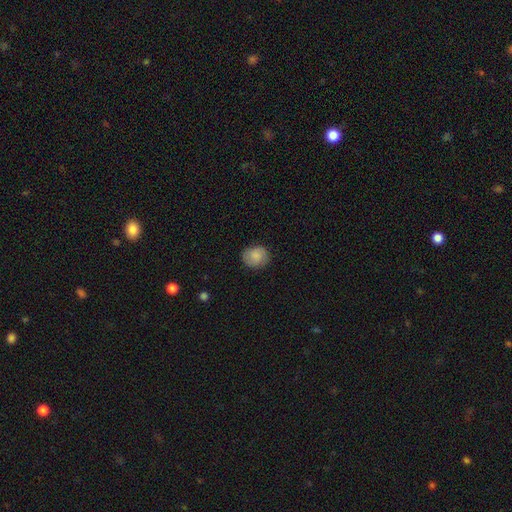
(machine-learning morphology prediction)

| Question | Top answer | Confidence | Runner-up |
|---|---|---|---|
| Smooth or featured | smooth | 79% | featured or disk (13%) |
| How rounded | round | 70% | in between (29%) |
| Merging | none | 83% | minor disturbance (13%) |